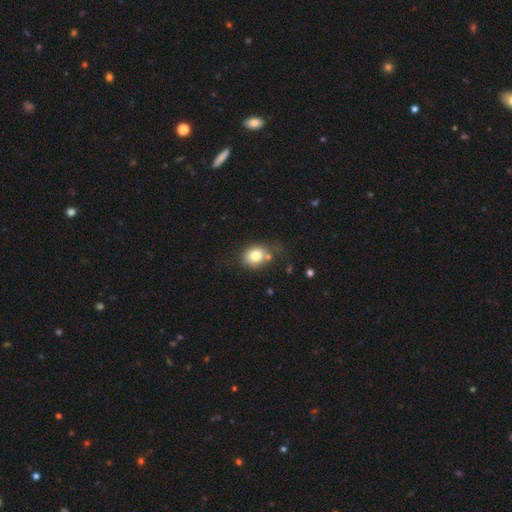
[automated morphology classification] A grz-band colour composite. It shows a smooth galaxy with no disk features (77%) that is round (58%). Merging: none (56%).